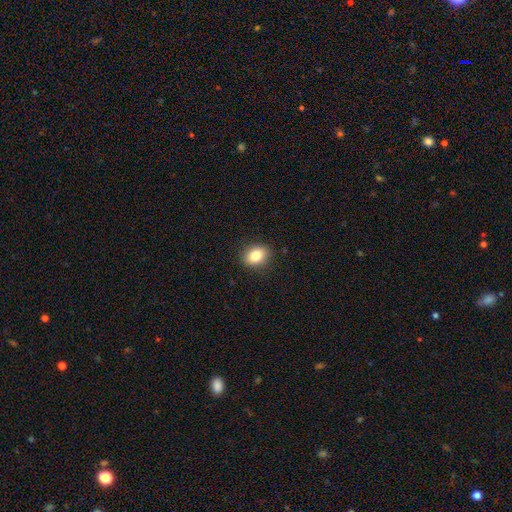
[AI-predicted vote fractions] smooth_or_featured: smooth (p=0.84) [alt: star or artifact p=0.09]
how_rounded: in between (p=0.64) [alt: round p=0.35]
merging: none (p=0.88) [alt: minor disturbance p=0.09]